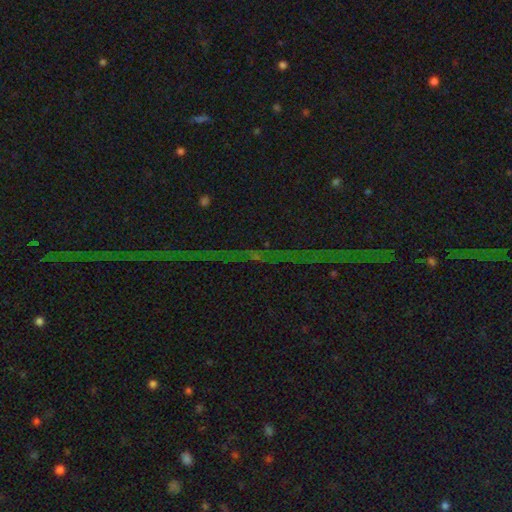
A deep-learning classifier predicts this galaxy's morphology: The model was most divided on "smooth or featured": star or artifact: 80%, featured or disk: 12%, smooth: 8%.